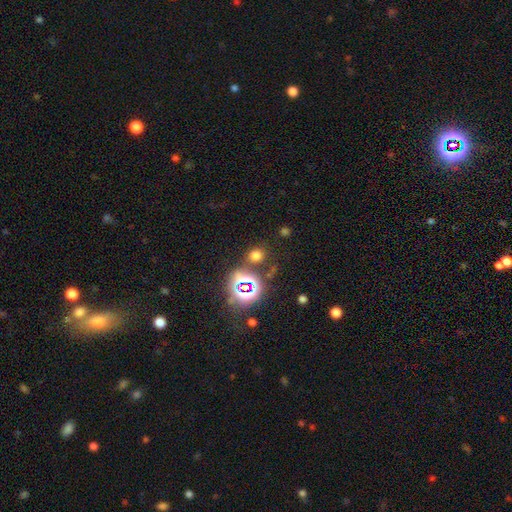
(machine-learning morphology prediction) A smooth galaxy with no disk features (61%) that is round (76%). Merging: none (77%).